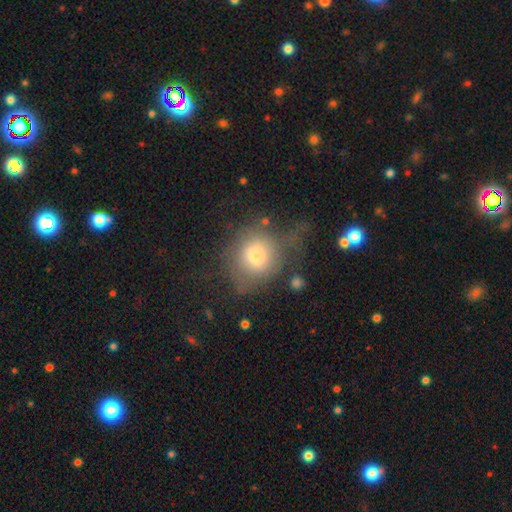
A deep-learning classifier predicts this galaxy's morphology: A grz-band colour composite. It shows a smooth galaxy with no disk features (69%) that is round (76%). Merging: none (42%).